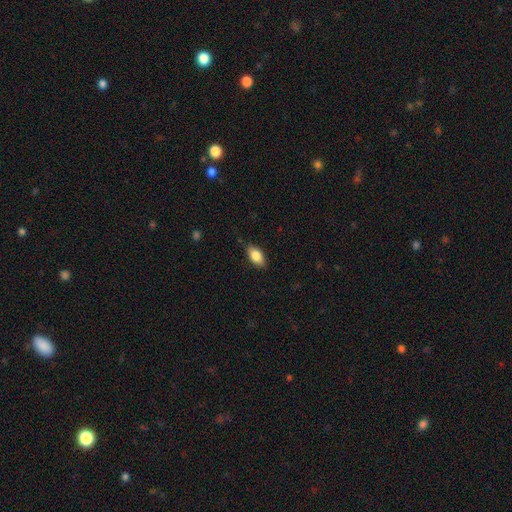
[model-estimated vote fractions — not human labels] Smooth or featured? Predicted: smooth (p=0.83). How rounded? Predicted: in between (p=0.90). Merging? Predicted: none (p=0.82).